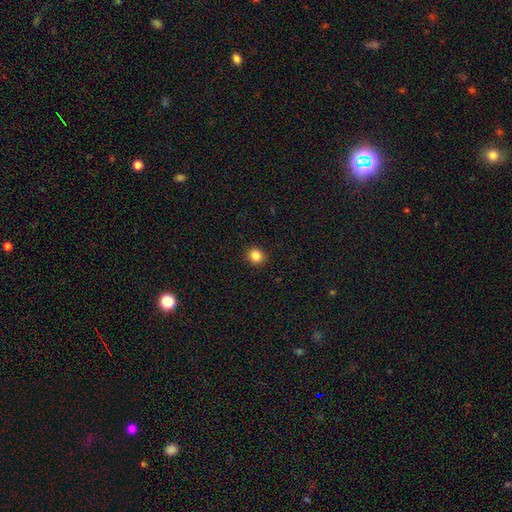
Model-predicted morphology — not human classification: This is clearly a smooth galaxy (85%). How rounded: clearly round (85%). Merging: clearly none (92%).